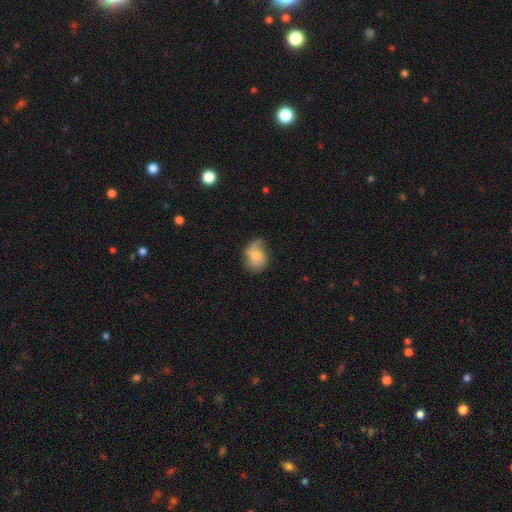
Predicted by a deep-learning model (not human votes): smooth_or_featured: smooth (p=0.48) [alt: featured or disk p=0.44]
merging: none (p=0.46) [alt: minor disturbance p=0.34]